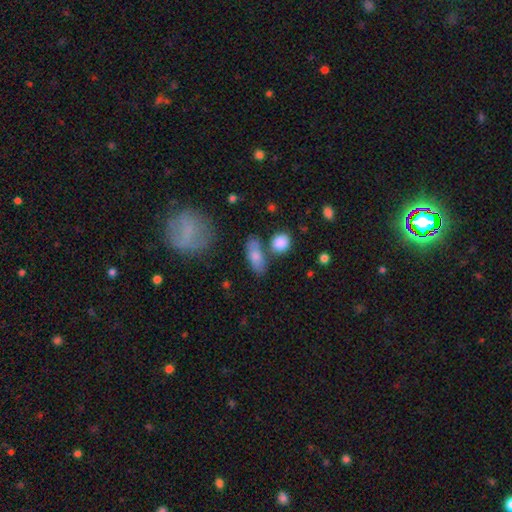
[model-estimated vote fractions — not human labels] smooth_or_featured: smooth (p=0.74) [alt: featured or disk p=0.19]
how_rounded: in between (p=0.73) [alt: cigar-shaped p=0.16]
merging: none (p=0.62) [alt: merger p=0.17]